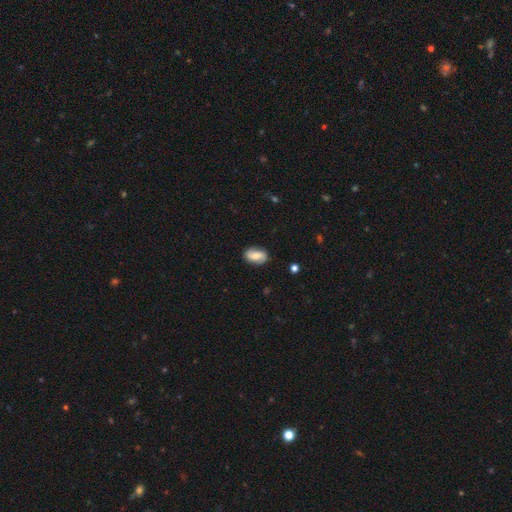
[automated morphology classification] Smooth or featured? smooth (52%)
How rounded? in between (87%)
Merging? none (80%)